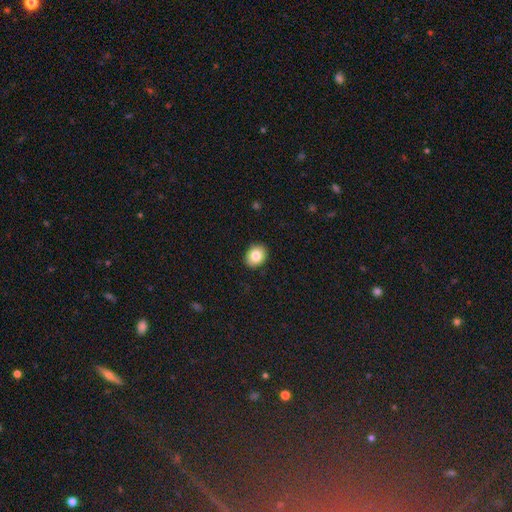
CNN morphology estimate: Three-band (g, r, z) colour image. It shows a smooth galaxy with no disk features (83%) that is in between round and cigar-shaped (53%). Merging: none (91%).